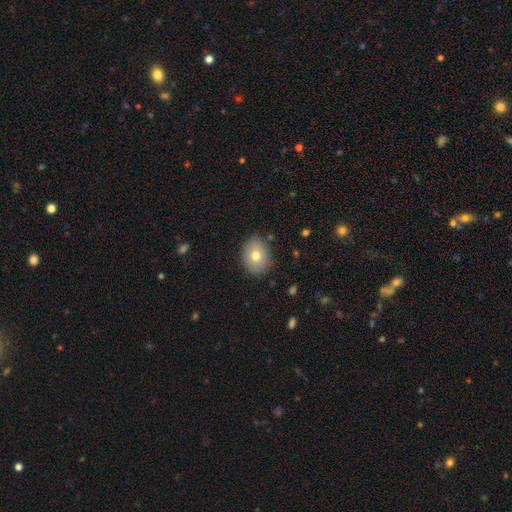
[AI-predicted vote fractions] This is likely a smooth galaxy (73%). How rounded: possibly in between (57%). Merging: clearly none (85%).